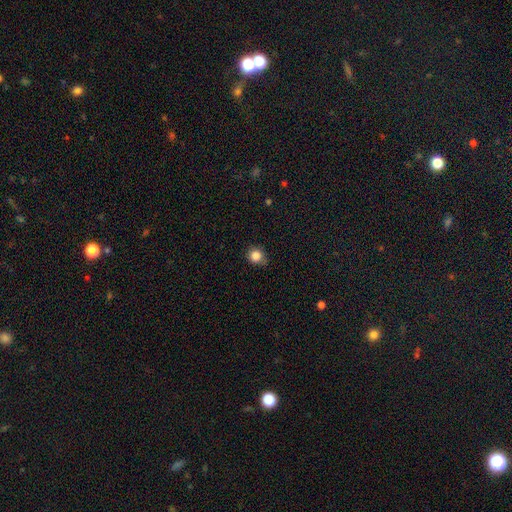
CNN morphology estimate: Overall: smooth (84%). How rounded: round (88%). Merging: none (78%).